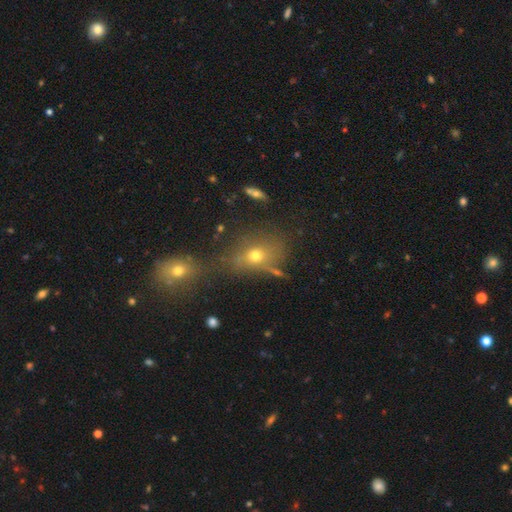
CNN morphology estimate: Smooth or featured? smooth (62%)
How rounded? in between (52%)
Merging? none (55%)